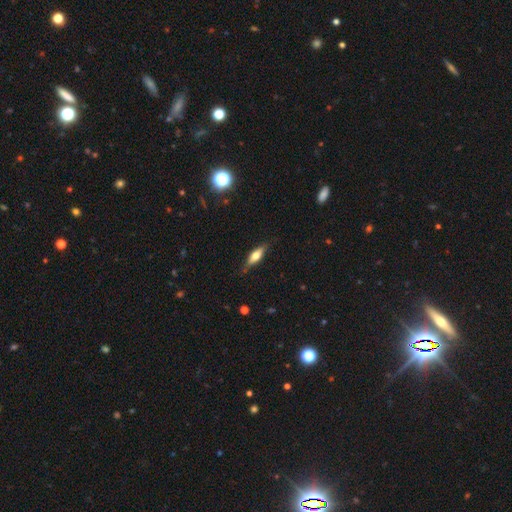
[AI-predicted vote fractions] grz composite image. It shows a smooth galaxy with no disk features (53%) that is in between round and cigar-shaped (49%). Merging: none (80%).